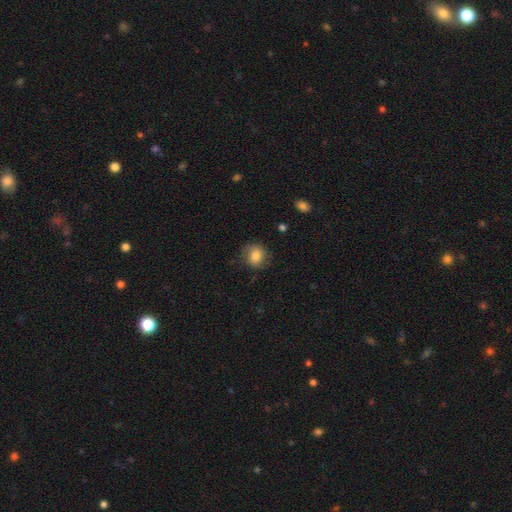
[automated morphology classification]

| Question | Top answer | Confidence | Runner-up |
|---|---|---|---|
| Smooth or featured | smooth | 76% | featured or disk (15%) |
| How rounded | round | 70% | in between (29%) |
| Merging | none | 75% | minor disturbance (17%) |